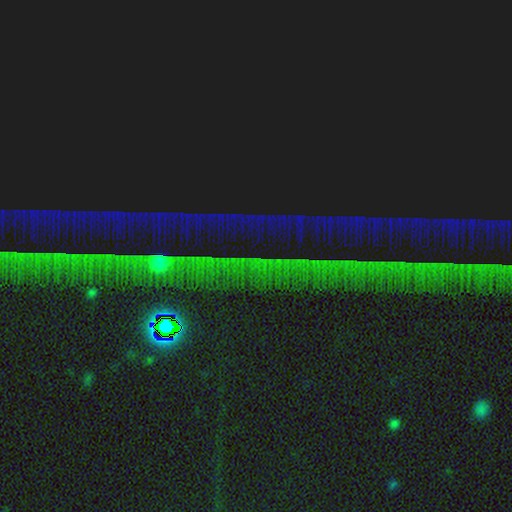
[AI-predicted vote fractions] The model was most divided on "smooth or featured": star or artifact: 87%, featured or disk: 7%, smooth: 6%.